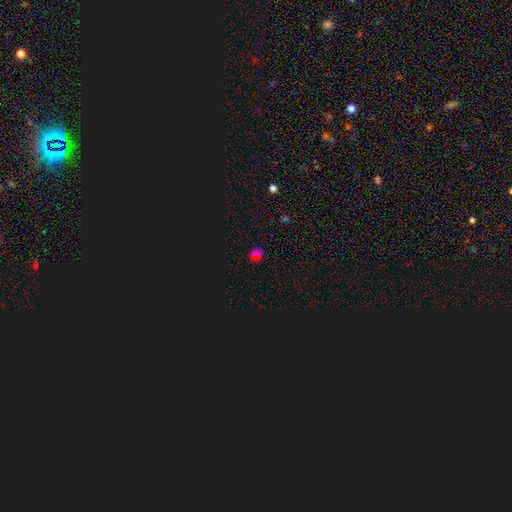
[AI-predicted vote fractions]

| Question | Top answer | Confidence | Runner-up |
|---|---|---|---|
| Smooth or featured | star or artifact | 52% | smooth (41%) |